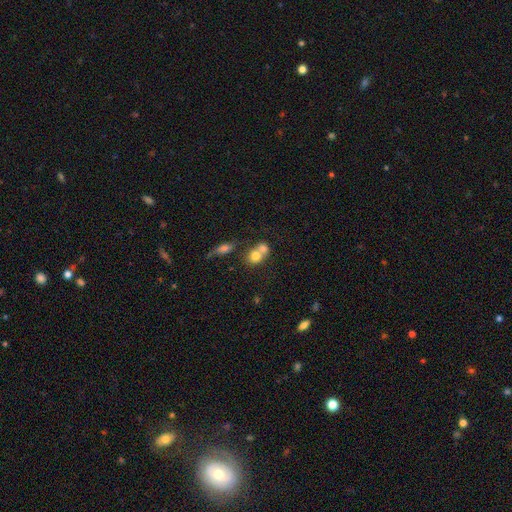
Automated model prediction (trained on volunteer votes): The model was most divided on "merging": merger: 62%, none: 27%, minor disturbance: 7%, major disturbance: 4%. More confident: smooth or featured — smooth (74%); how rounded — round (68%).